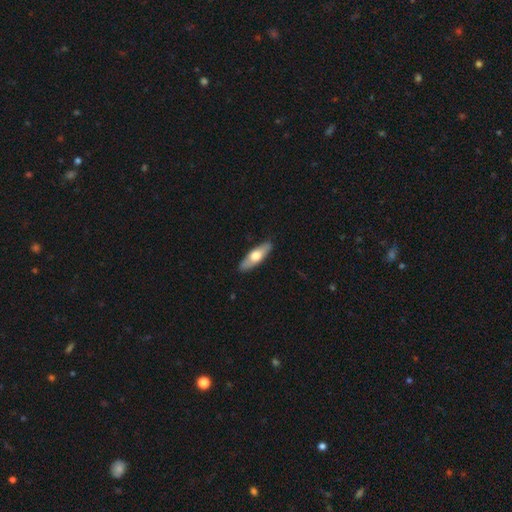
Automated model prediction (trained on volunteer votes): Smooth or featured?
  - smooth: 58% *
  - featured or disk: 38%
  - star or artifact: 5%
How rounded?
  - in between: 50% *
  - cigar-shaped: 48%
  - round: 2%
Merging?
  - none: 89% *
  - minor disturbance: 8%
  - major disturbance: 2%
  - merger: 1%